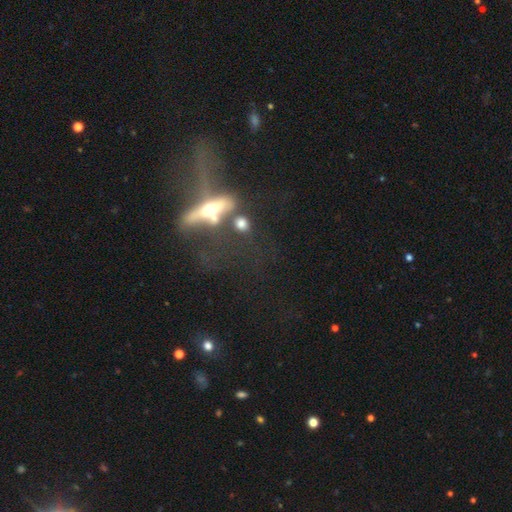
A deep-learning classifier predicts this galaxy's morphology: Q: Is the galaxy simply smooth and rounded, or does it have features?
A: featured or disk — 66%.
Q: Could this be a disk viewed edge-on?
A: yes — 70%.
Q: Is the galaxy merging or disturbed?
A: major disturbance — 33%.